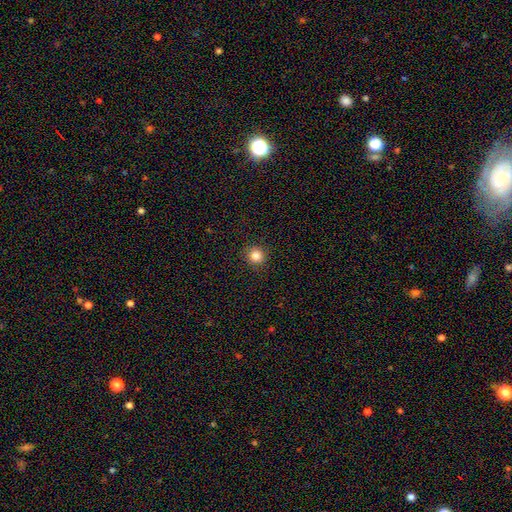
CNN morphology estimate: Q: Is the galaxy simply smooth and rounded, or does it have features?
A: smooth — 84%.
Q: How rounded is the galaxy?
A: round — 92%.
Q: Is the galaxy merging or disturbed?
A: none — 91%.